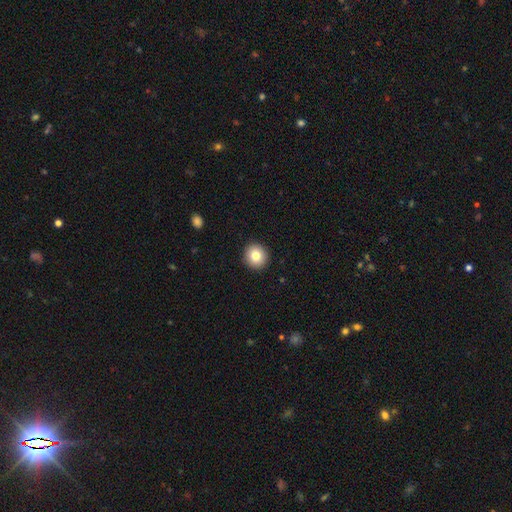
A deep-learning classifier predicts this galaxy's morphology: This is clearly a smooth galaxy (82%). How rounded: clearly round (90%). Merging: clearly none (93%).